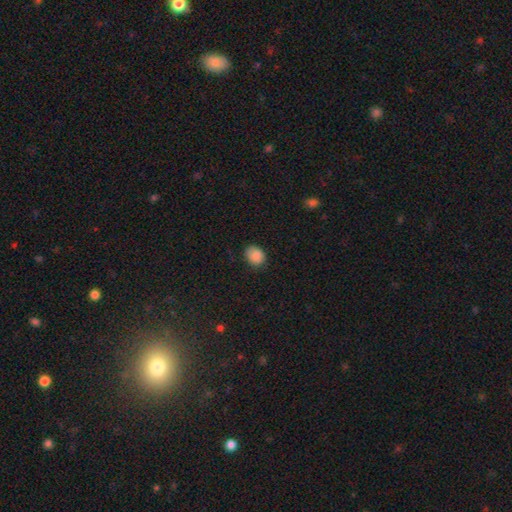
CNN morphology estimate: Smooth or featured?
  - smooth: 87% *
  - star or artifact: 9%
  - featured or disk: 4%
How rounded?
  - round: 52% *
  - in between: 47%
  - cigar-shaped: 1%
Merging?
  - none: 79% *
  - minor disturbance: 17%
  - major disturbance: 3%
  - merger: 1%